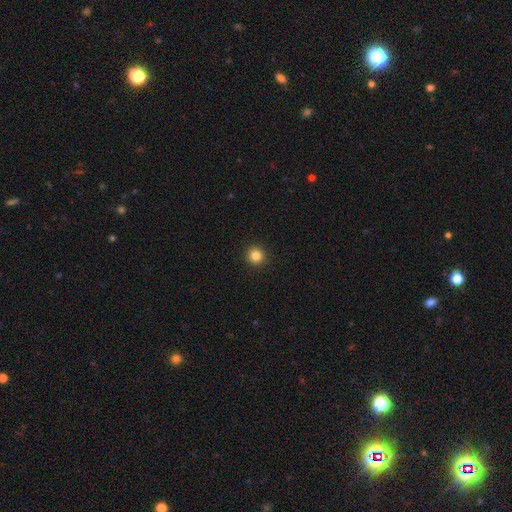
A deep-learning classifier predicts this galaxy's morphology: This is clearly a smooth galaxy (84%). How rounded: clearly round (95%). Merging: clearly none (93%).